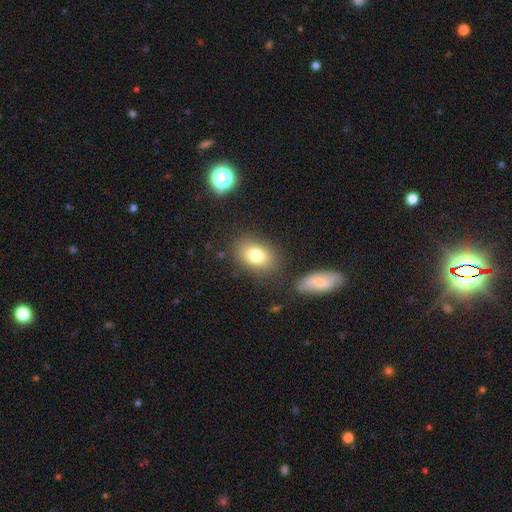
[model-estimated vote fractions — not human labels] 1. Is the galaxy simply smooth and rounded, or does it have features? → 79% smooth, 11% featured or disk, 10% star or artifact.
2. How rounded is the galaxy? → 78% in between, 21% round, 1% cigar-shaped.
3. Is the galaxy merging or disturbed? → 79% none, 12% minor disturbance, 5% merger, 4% major disturbance.